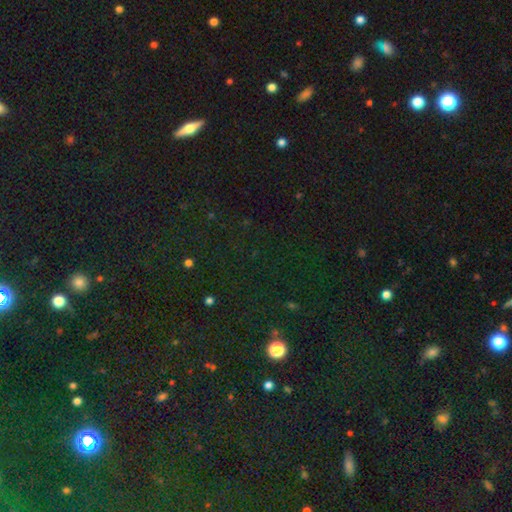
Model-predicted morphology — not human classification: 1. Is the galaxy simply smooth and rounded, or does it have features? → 71% star or artifact, 20% smooth, 9% featured or disk.